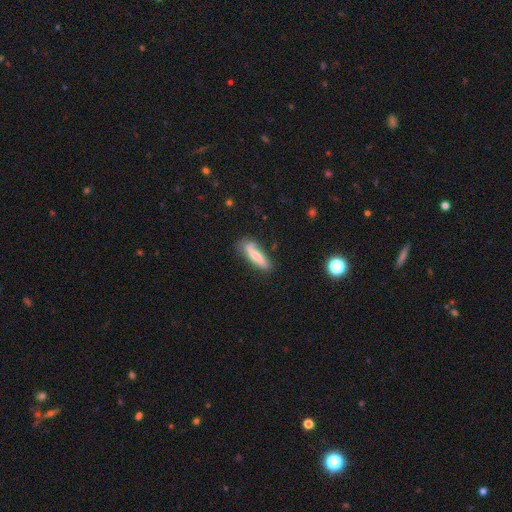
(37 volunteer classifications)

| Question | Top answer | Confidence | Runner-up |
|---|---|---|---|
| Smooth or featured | smooth | 62% | featured or disk (32%) |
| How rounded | cigar-shaped | 78% | in between (17%) |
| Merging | minor disturbance | 46% | none (43%) |